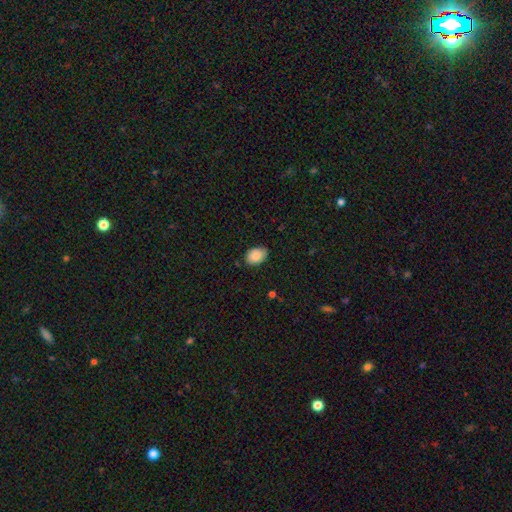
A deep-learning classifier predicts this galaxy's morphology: This is clearly a smooth galaxy (88%). How rounded: likely in between (78%). Merging: likely none (80%).